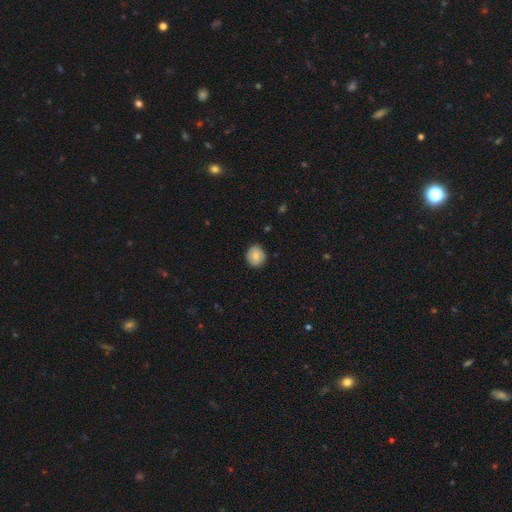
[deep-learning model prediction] A smooth galaxy with no disk features (79%) that is round (81%).

Vote fractions:
- Smooth or featured? smooth: 79% / featured or disk: 13% / star or artifact: 8%
- How rounded? round: 81% / in between: 18% / cigar-shaped: 1%
- Merging? none: 86% / minor disturbance: 11% / major disturbance: 2% / merger: 1%